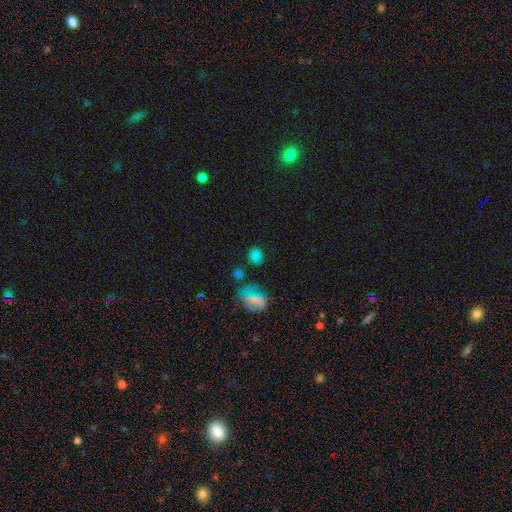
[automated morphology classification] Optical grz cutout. It shows a smooth galaxy with no disk features (75%) that is round (69%). Merging: none (76%).